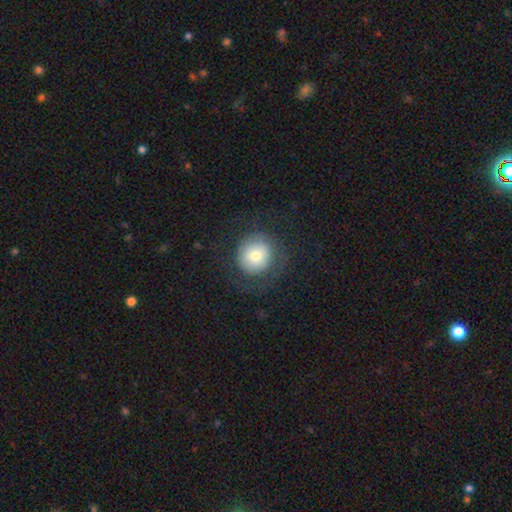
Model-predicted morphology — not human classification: This appears to be a smooth galaxy with no disk features (68%) that is round (93%). Merging: none (74%).